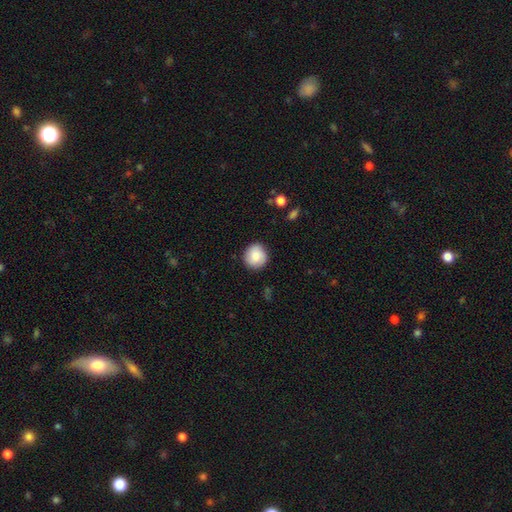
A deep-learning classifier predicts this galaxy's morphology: smooth 82%, featured or disk 11%, star or artifact 7%. Down the decision tree: how rounded — round (93%); merging — none (88%).